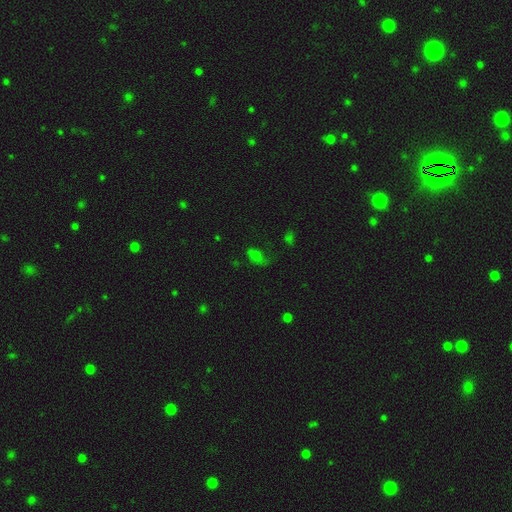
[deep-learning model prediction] Smooth or featured? smooth (61%)
How rounded? in between (85%)
Merging? none (41%)